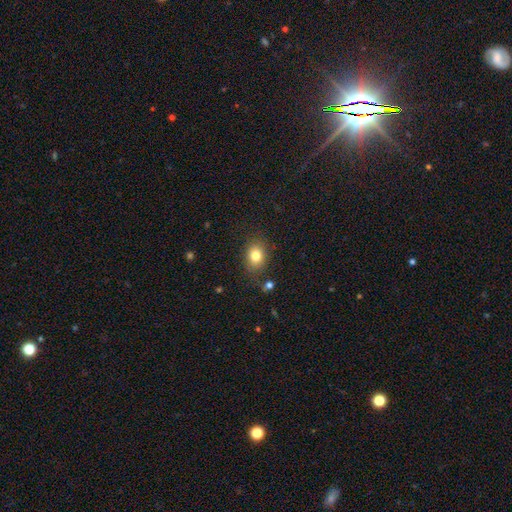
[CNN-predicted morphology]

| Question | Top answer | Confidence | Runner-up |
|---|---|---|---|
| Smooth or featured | smooth | 80% | star or artifact (10%) |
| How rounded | in between | 56% | round (42%) |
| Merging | none | 79% | minor disturbance (14%) |